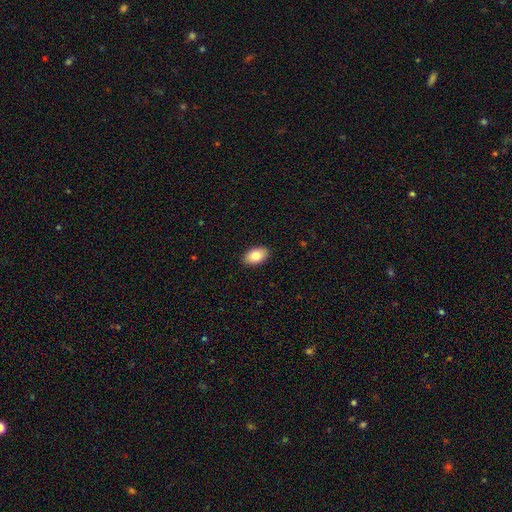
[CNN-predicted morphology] Q: Smooth or featured?
A: smooth (83%); runner-up: featured or disk (10%)
Q: How rounded?
A: in between (93%); runner-up: round (6%)
Q: Merging?
A: none (90%); runner-up: minor disturbance (7%)